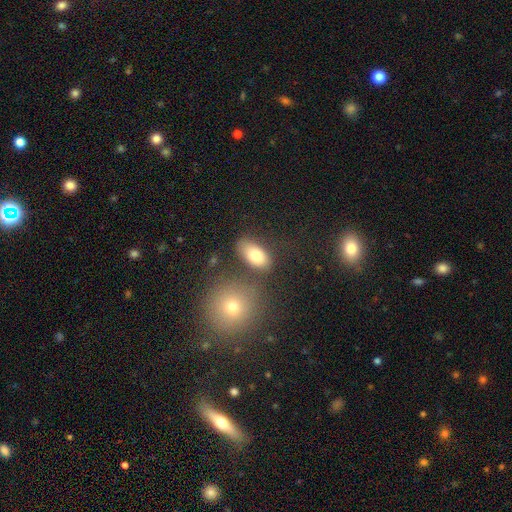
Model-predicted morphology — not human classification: A smooth galaxy with no disk features (77%) that is in between round and cigar-shaped (88%). Merging: none (71%).